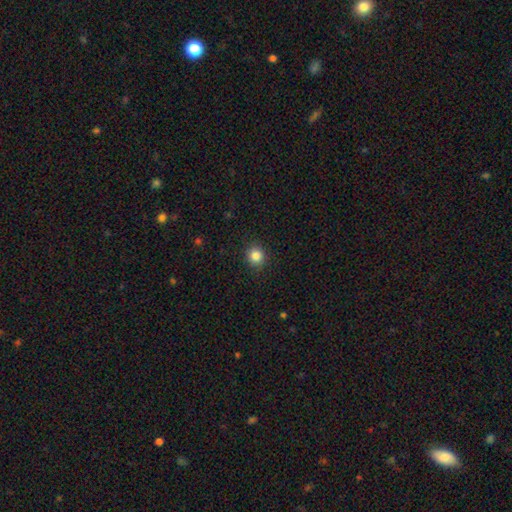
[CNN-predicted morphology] A smooth galaxy with no disk features (85%) that is round (87%). Merging: none (90%).